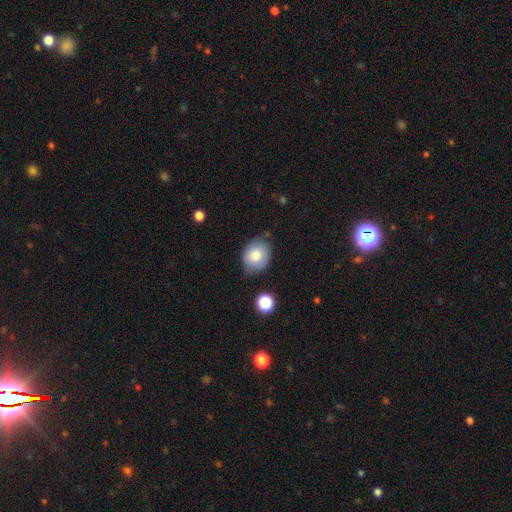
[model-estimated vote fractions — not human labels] This is clearly a smooth galaxy (81%). How rounded: possibly in between (54%). Merging: likely none (73%).